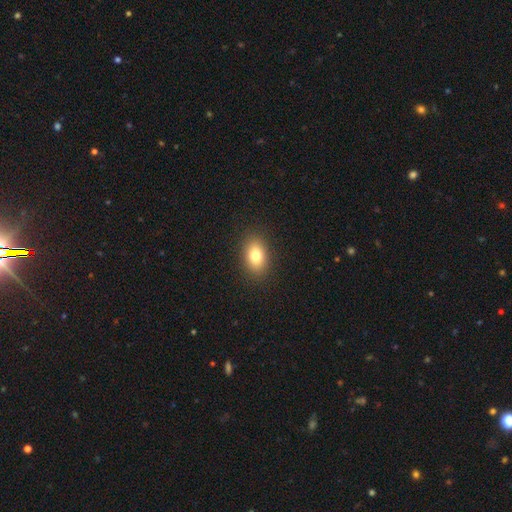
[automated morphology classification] Smooth or featured? smooth (80%)
How rounded? in between (81%)
Merging? none (89%)